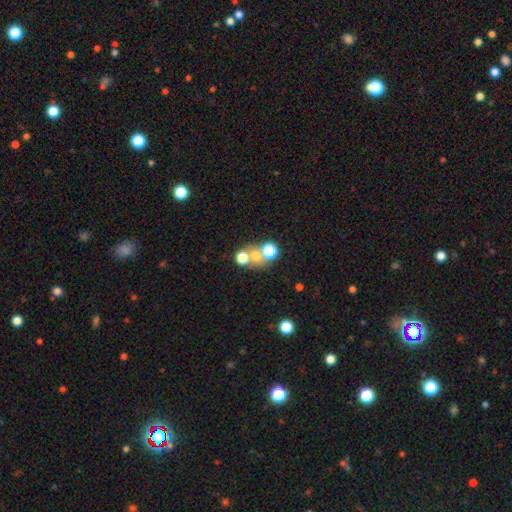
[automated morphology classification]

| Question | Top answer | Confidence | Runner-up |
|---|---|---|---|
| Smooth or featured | smooth | 59% | star or artifact (25%) |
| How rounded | round | 78% | in between (21%) |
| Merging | none | 45% | merger (43%) |